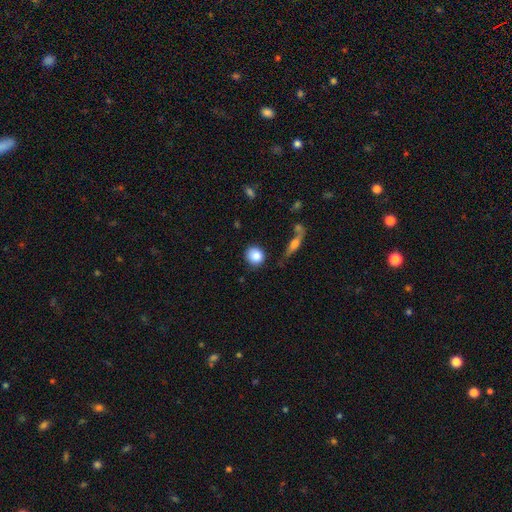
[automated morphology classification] smooth-or-featured: smooth: 86% | star or artifact: 7% | featured or disk: 7%
  how-rounded: round: 86% | in between: 12% | cigar-shaped: 2%
  merging: none: 78% | minor disturbance: 13% | merger: 5% | major disturbance: 4%